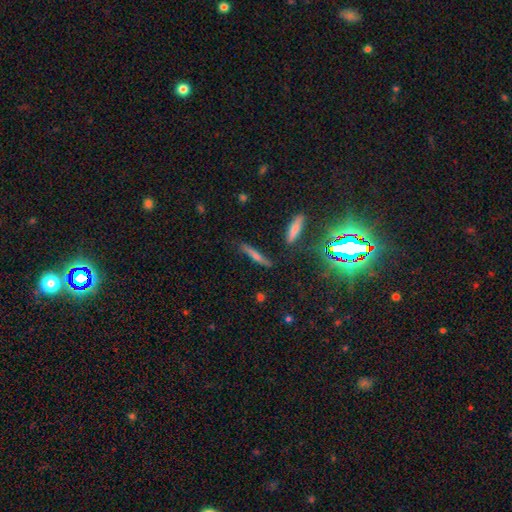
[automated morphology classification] Q: Smooth or featured?
A: featured or disk (37%); runner-up: smooth (34%)
Q: Merging?
A: none (84%); runner-up: minor disturbance (10%)